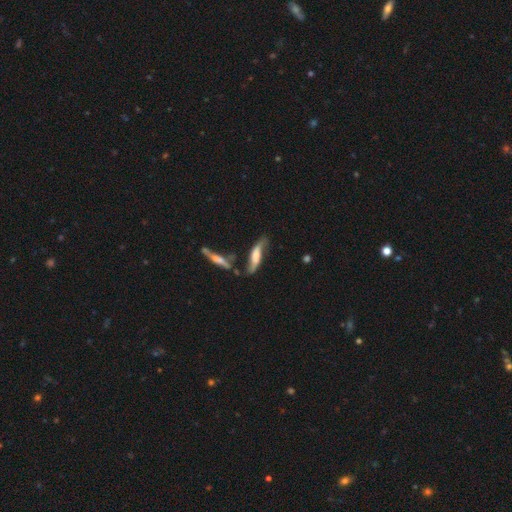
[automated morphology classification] smooth-or-featured: featured or disk: 62% | smooth: 31% | star or artifact: 7%
  disk-edge-on: no: 55% | yes: 45%
  merging: none: 56% | minor disturbance: 22% | merger: 12% | major disturbance: 10%